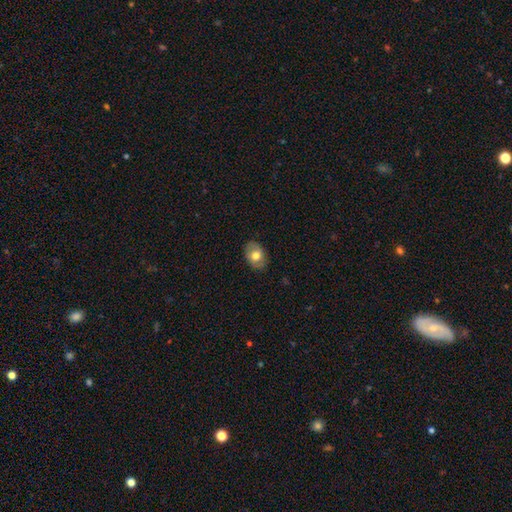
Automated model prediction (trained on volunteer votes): A smooth galaxy with no disk features (69%) that is in between round and cigar-shaped (77%).

Vote fractions:
- Smooth or featured? smooth: 69% / featured or disk: 24% / star or artifact: 7%
- How rounded? in between: 77% / round: 22% / cigar-shaped: 1%
- Merging? none: 84% / minor disturbance: 13% / major disturbance: 3% / merger: 1%